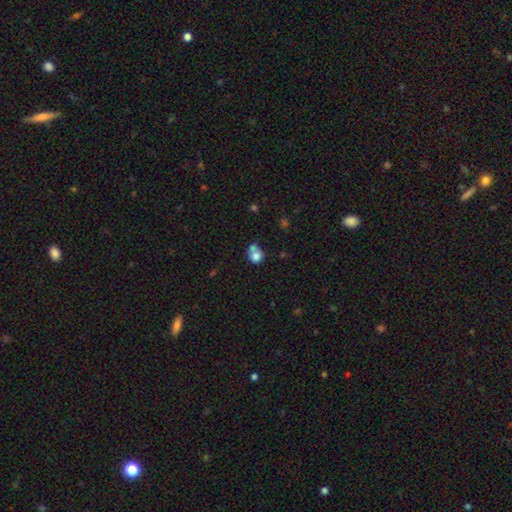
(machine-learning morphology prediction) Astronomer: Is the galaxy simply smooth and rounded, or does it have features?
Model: smooth — 76%.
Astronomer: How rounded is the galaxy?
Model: round — 75%.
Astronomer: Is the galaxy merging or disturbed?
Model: merger — 47% (runner-up: none, 36%).